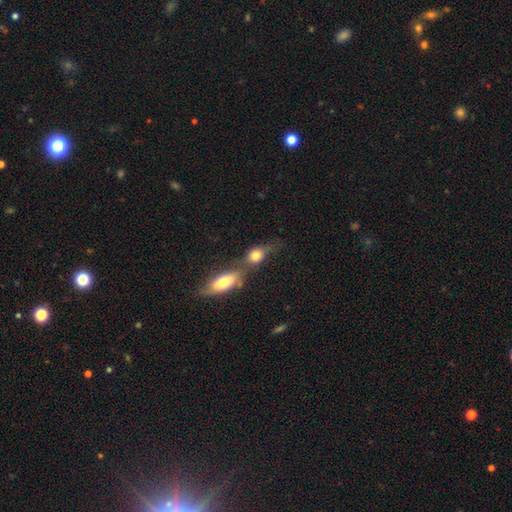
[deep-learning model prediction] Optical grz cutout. It shows a smooth galaxy with no disk features (77%) that is in between round and cigar-shaped (57%). Merging: merger (47%).